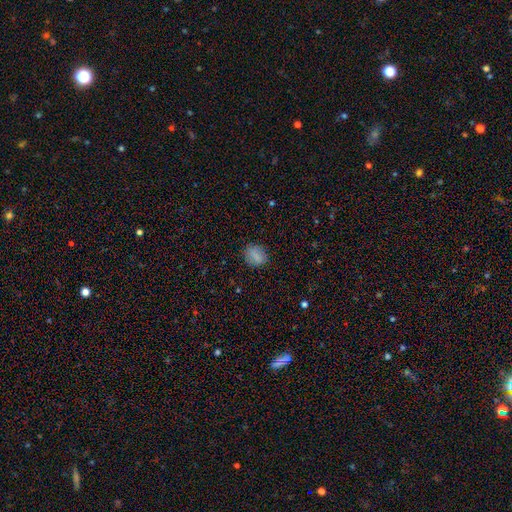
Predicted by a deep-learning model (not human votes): Smooth or featured? Predicted: smooth (p=0.83). How rounded? Predicted: in between (p=0.50). Merging? Predicted: none (p=0.84).